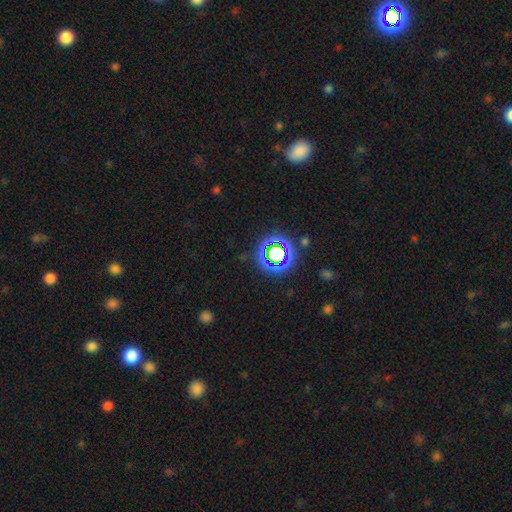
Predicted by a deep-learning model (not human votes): smooth-or-featured: star or artifact: 63% | smooth: 30% | featured or disk: 7%